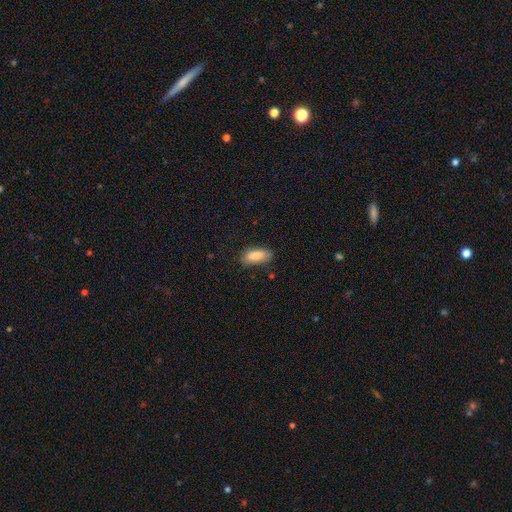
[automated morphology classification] A smooth galaxy with no disk features (85%) that is in between round and cigar-shaped (80%).

Vote fractions:
- Smooth or featured? smooth: 85% / featured or disk: 8% / star or artifact: 7%
- How rounded? in between: 80% / cigar-shaped: 18% / round: 2%
- Merging? none: 72% / minor disturbance: 21% / major disturbance: 4% / merger: 2%